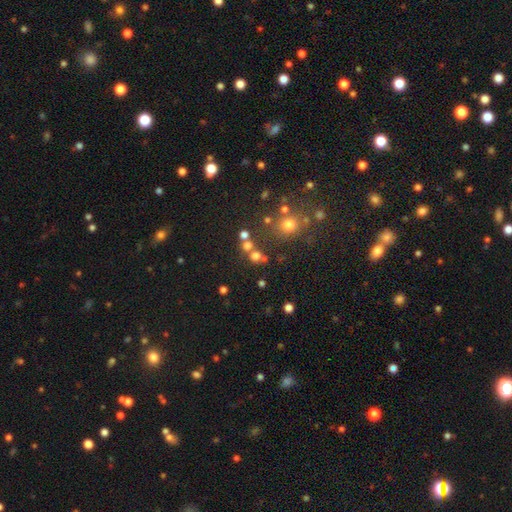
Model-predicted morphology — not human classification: This is likely a smooth galaxy (66%). How rounded: clearly round (82%). Merging: possibly none (56%).